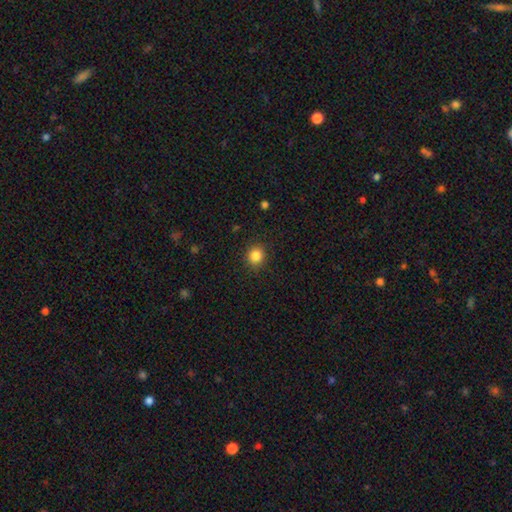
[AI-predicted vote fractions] This appears to be a smooth galaxy with no disk features (85%) that is round (88%). Merging: none (89%).